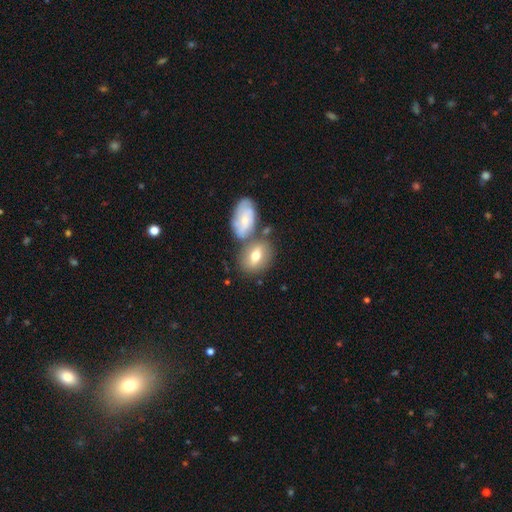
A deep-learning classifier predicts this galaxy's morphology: A smooth galaxy with no disk features (62%) that is in between round and cigar-shaped (76%). Merging: none (51%).